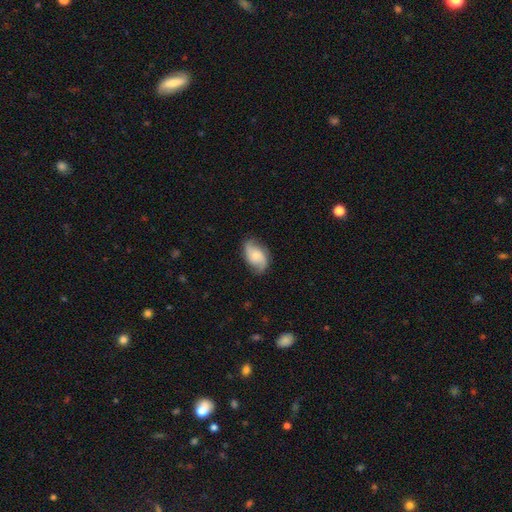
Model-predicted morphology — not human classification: Smooth or featured? featured or disk (59%)
Edge-on disk? no (96%)
Bar? no (68%)
Spiral arms? yes (93%)
Spiral winding? loose (47%)
Spiral arm count? 2 (87%)
Bulge size? small (44%)
Merging? none (76%)